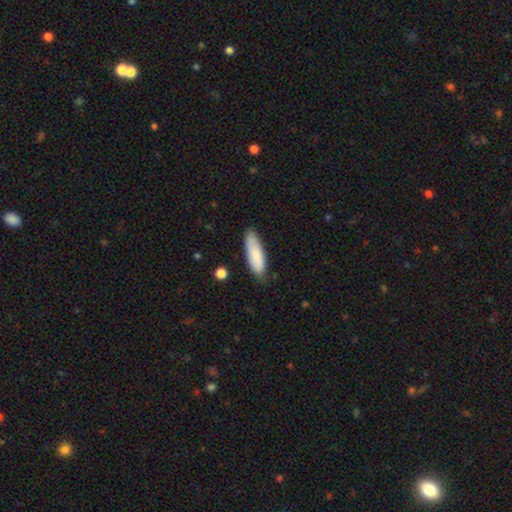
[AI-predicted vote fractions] A smooth galaxy with no disk features (82%) that is in between round and cigar-shaped (50%). Merging: none (77%).